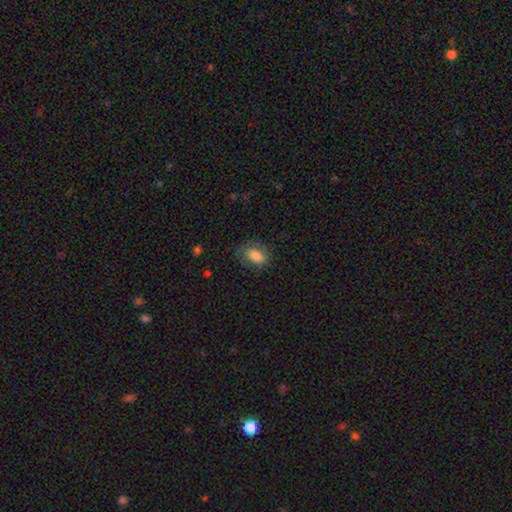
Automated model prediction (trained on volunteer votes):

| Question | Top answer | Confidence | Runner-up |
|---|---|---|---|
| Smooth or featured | smooth | 76% | featured or disk (16%) |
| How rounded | in between | 83% | round (13%) |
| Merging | none | 68% | minor disturbance (21%) |